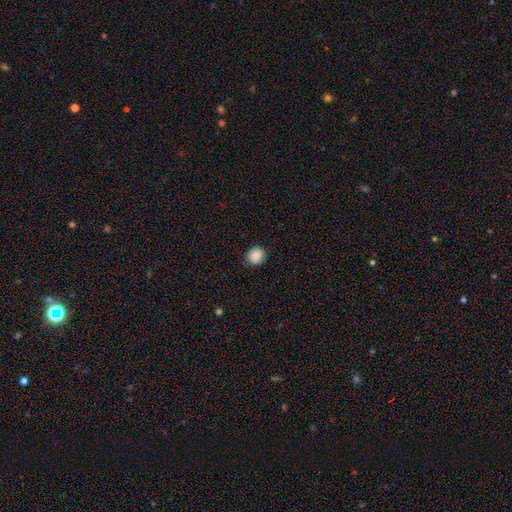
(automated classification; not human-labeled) Smooth or featured? Predicted: smooth (p=0.87). How rounded? Predicted: round (p=0.86). Merging? Predicted: none (p=0.86).